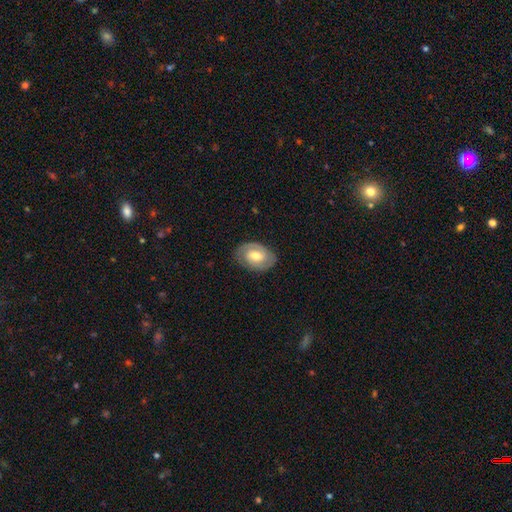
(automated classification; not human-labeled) Smooth or featured: featured or disk — 67% (smooth — 27%)
Edge-on disk: no — 96% (yes — 4%)
Bar: no — 48% (weak — 41%)
Spiral arms: yes — 83% (no — 17%)
Spiral winding: tight — 59% (medium — 32%)
Spiral arm count: 2 — 77% (can't tell — 13%)
Bulge size: moderate — 68% (small — 22%)
Merging: none — 82% (minor disturbance — 13%)